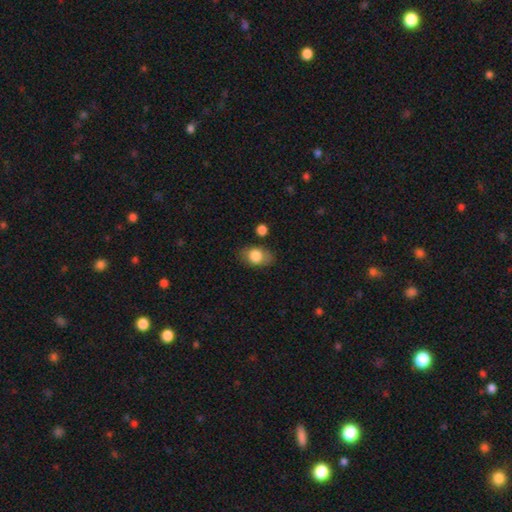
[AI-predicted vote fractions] The model was most divided on "merging": none: 76%, minor disturbance: 15%, merger: 4%, major disturbance: 4%. More confident: how rounded — in between (83%); smooth or featured — smooth (77%).